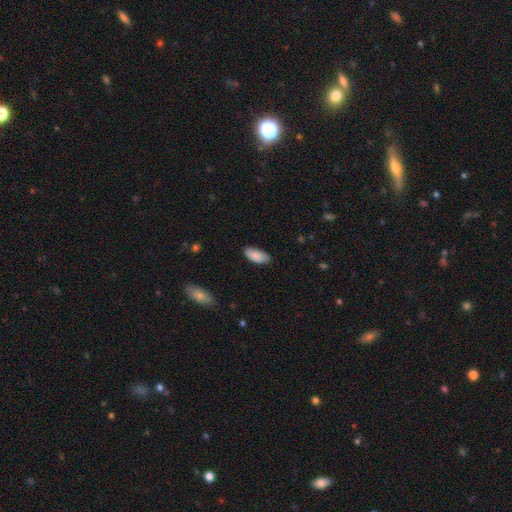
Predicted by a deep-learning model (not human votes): smooth-or-featured: smooth: 87% | featured or disk: 7% | star or artifact: 6%
  how-rounded: in between: 87% | cigar-shaped: 11% | round: 2%
  merging: none: 81% | minor disturbance: 15% | major disturbance: 3% | merger: 1%